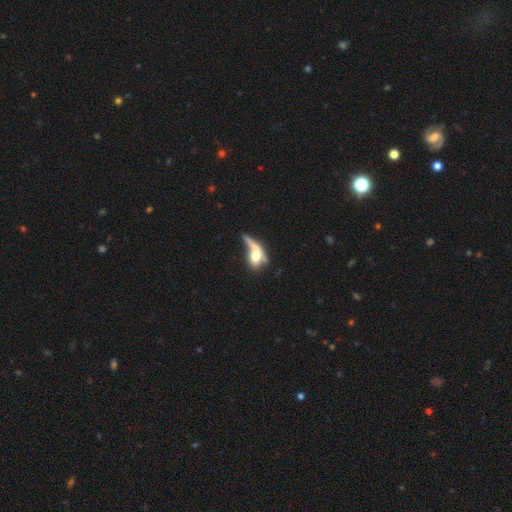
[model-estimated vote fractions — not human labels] smooth-or-featured: smooth: 52% | featured or disk: 39% | star or artifact: 10%
  how-rounded: in between: 52% | round: 26% | cigar-shaped: 23%
  merging: merger: 31% | major disturbance: 29% | none: 25% | minor disturbance: 14%